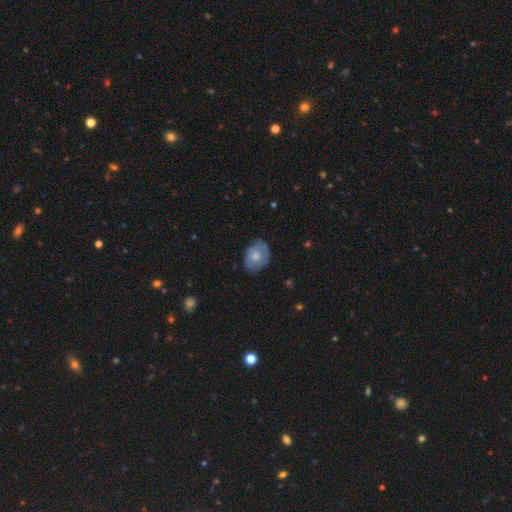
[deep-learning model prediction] A smooth galaxy with no disk features (66%) that is in between round and cigar-shaped (58%).

Vote fractions:
- Smooth or featured? smooth: 66% / featured or disk: 28% / star or artifact: 7%
- How rounded? in between: 58% / round: 41% / cigar-shaped: 1%
- Merging? none: 71% / minor disturbance: 23% / major disturbance: 5% / merger: 1%